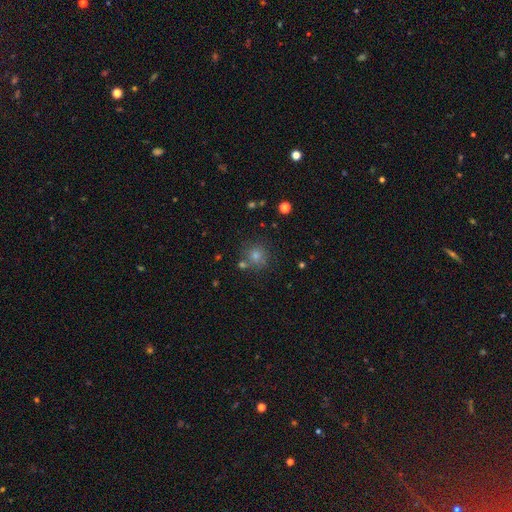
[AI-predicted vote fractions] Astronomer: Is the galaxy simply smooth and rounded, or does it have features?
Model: smooth — 65%.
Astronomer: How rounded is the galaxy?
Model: round — 92%.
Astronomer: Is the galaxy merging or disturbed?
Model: none — 79%.